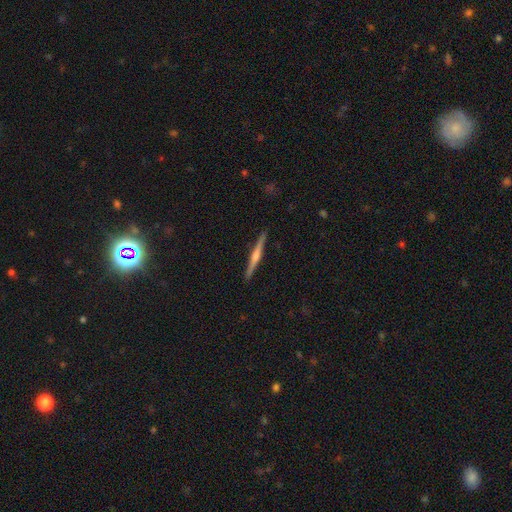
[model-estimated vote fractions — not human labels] featured or disk 77%, smooth 18%, star or artifact 6%. Down the decision tree: edge-on disk — yes (98%); edge-on bulge — rounded (83%); merging — none (92%).